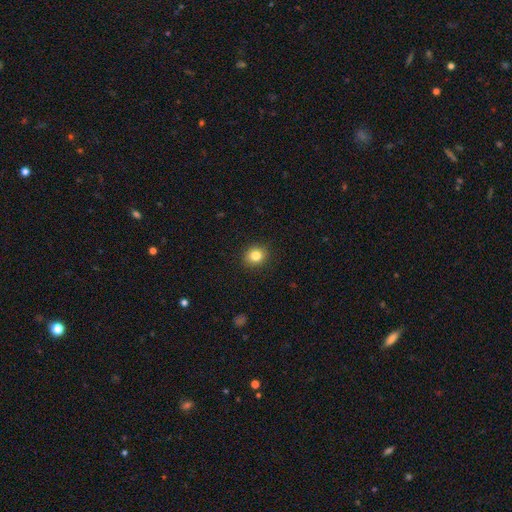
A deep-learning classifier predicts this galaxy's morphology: A smooth galaxy with no disk features (83%) that is round (78%). Merging: none (91%).